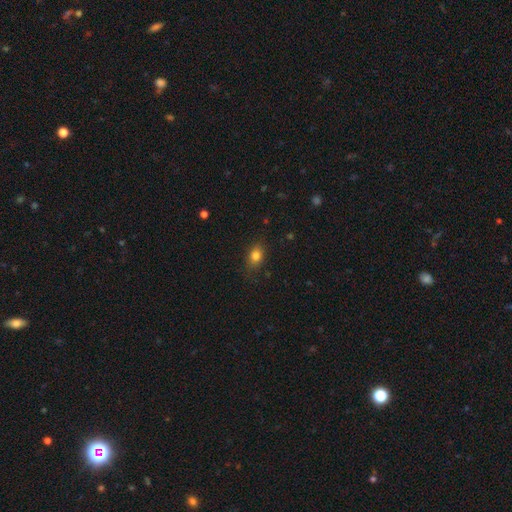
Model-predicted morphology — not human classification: Smooth or featured?
  - smooth: 82% *
  - star or artifact: 11%
  - featured or disk: 7%
How rounded?
  - in between: 68% *
  - round: 30%
  - cigar-shaped: 2%
Merging?
  - none: 82% *
  - minor disturbance: 13%
  - major disturbance: 3%
  - merger: 1%